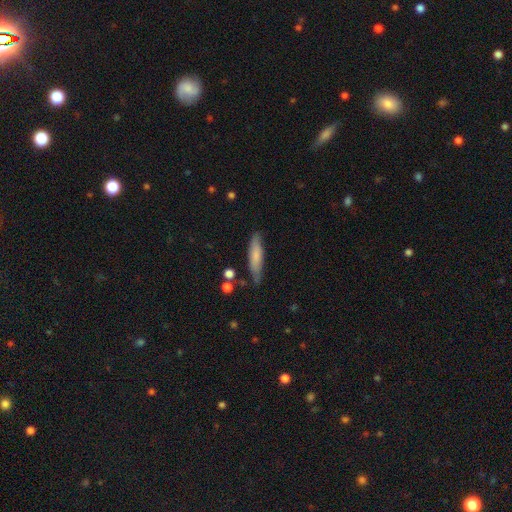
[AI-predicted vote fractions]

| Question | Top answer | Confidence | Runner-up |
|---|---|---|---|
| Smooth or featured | smooth | 73% | featured or disk (20%) |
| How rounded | cigar-shaped | 76% | in between (22%) |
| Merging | none | 75% | minor disturbance (18%) |